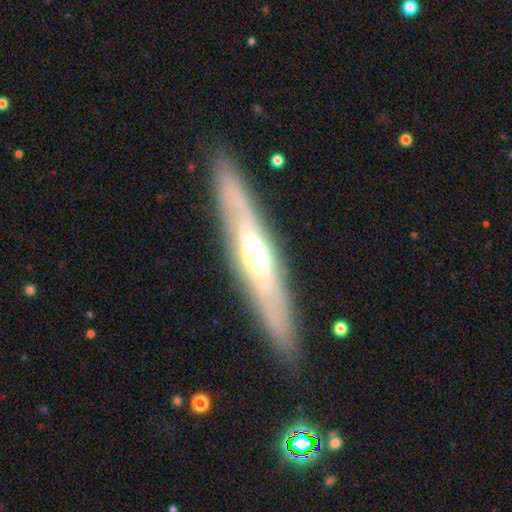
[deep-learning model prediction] Smooth or featured: featured or disk — 65% (smooth — 29%)
Edge-on disk: yes — 79% (no — 21%)
Edge-on bulge: rounded — 80% (none — 13%)
Merging: none — 87% (minor disturbance — 9%)